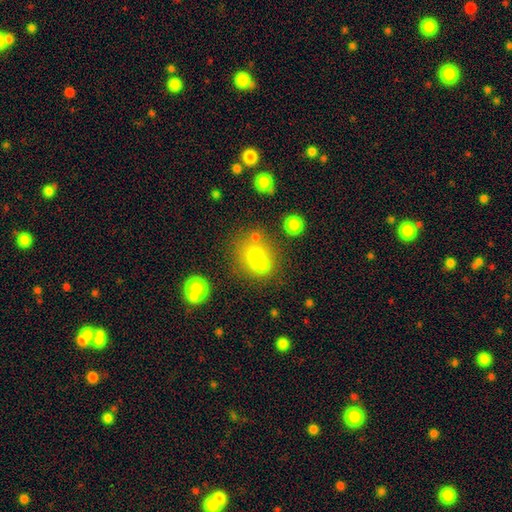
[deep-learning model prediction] Smooth or featured: smooth — 64% (featured or disk — 19%)
How rounded: round — 82% (in between — 18%)
Merging: none — 46% (merger — 41%)